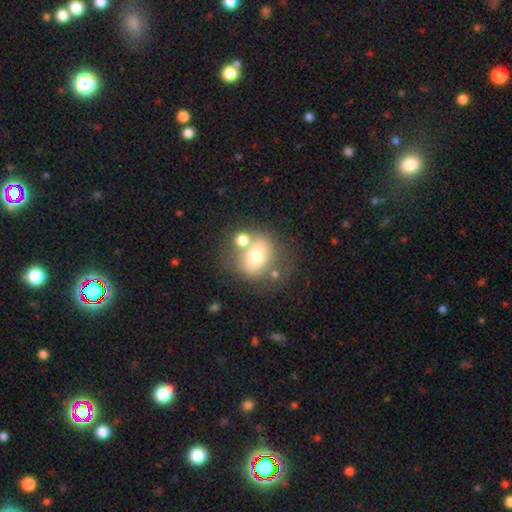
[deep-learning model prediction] smooth 62%, featured or disk 27%, star or artifact 11%. Down the decision tree: how rounded — round (68%); merging — none (54%).